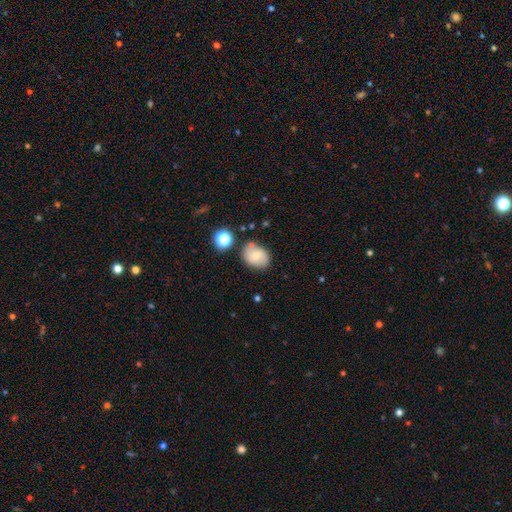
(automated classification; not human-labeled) Smooth or featured?
  - smooth: 61% *
  - featured or disk: 29%
  - star or artifact: 10%
How rounded?
  - in between: 51% *
  - round: 48%
  - cigar-shaped: 1%
Merging?
  - none: 69% *
  - minor disturbance: 18%
  - merger: 8%
  - major disturbance: 5%